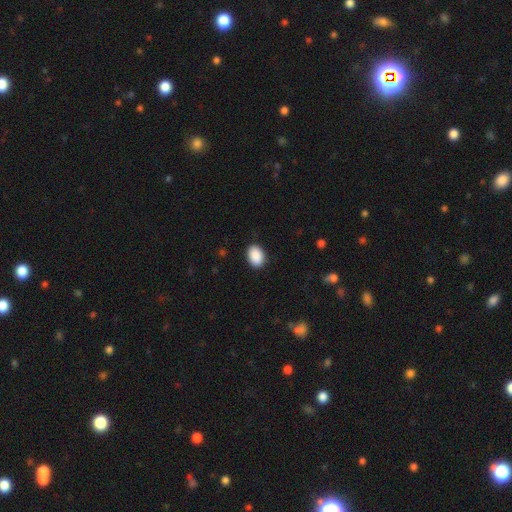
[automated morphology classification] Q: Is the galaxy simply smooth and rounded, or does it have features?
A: smooth — 91%.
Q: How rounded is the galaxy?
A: in between — 81%.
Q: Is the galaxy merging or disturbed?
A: none — 88%.